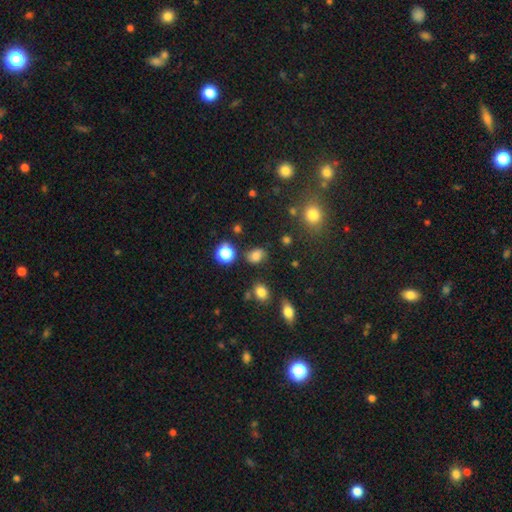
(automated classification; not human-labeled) Smooth or featured? smooth (72%)
How rounded? in between (60%)
Merging? none (70%)